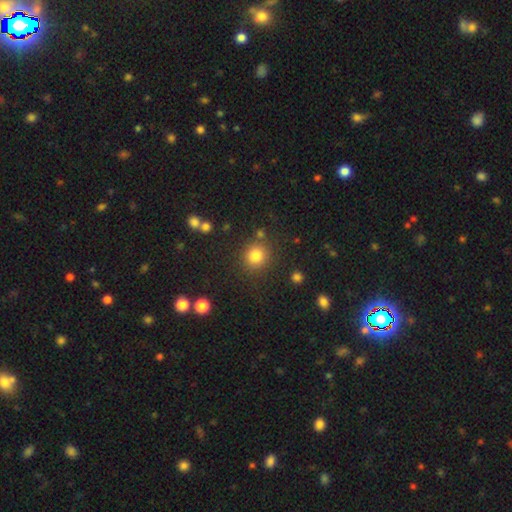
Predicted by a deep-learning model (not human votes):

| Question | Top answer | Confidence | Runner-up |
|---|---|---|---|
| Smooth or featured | smooth | 82% | star or artifact (13%) |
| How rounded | round | 89% | in between (10%) |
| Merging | none | 83% | minor disturbance (9%) |